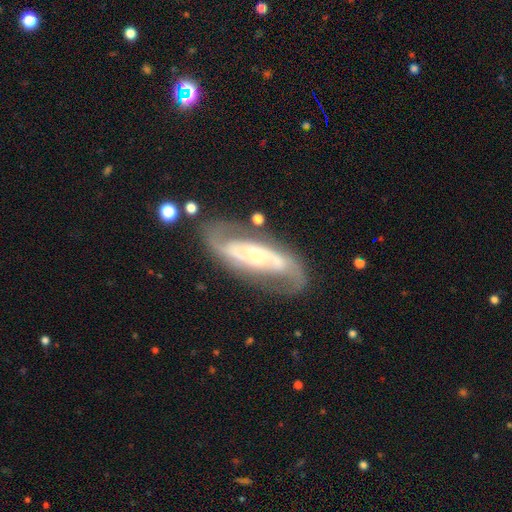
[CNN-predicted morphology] Overall: featured or disk (86%). Edge-on disk: no (92%). Bar: no (46%; weak 28%). Spiral arms: yes (92%). Spiral arm count: 2 (87%). Spiral winding: medium (46%; tight 29%). Bulge size: small (52%; moderate 42%). Merging: none (75%).